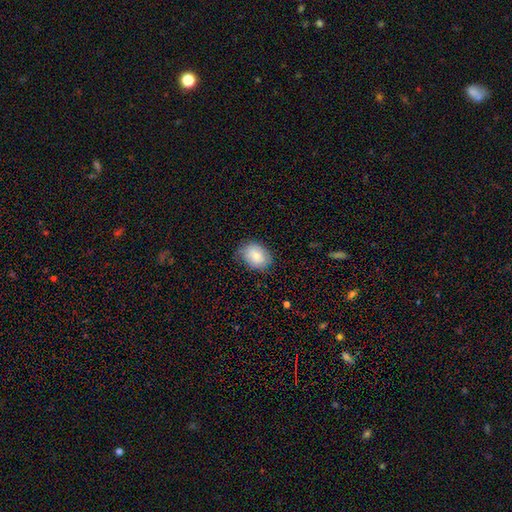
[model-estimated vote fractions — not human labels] A smooth galaxy with no disk features (83%) that is in between round and cigar-shaped (69%). Merging: none (74%).